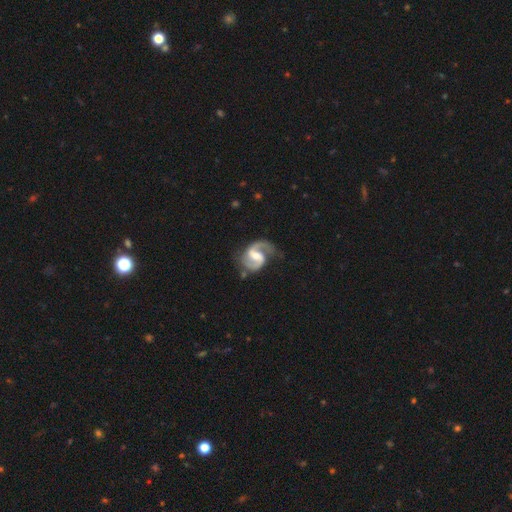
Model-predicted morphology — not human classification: featured or disk 93%, smooth 4%, star or artifact 4%. Down the decision tree: edge-on disk — no (98%); bar — weak (51%); spiral arms — yes (98%); spiral arm count — 2 (93%); spiral winding — medium (63%); bulge size — moderate (57%); merging — none (73%).